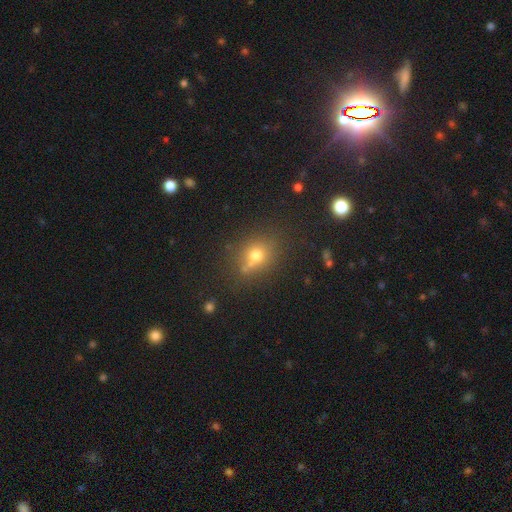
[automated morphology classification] Q: Smooth or featured?
A: smooth (66%); runner-up: star or artifact (21%)
Q: How rounded?
A: round (69%); runner-up: in between (29%)
Q: Merging?
A: none (64%); runner-up: merger (17%)